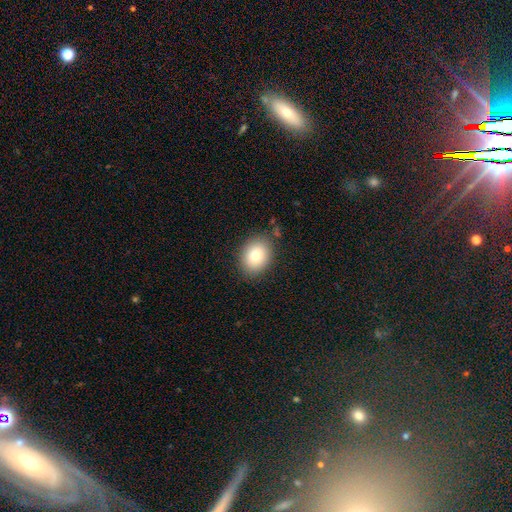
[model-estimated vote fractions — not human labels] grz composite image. It shows a smooth galaxy with no disk features (80%) that is in between round and cigar-shaped (58%). Merging: none (85%).